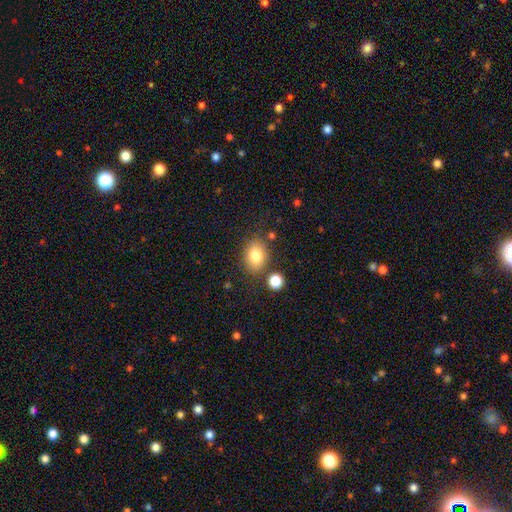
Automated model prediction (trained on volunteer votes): smooth 81%, star or artifact 10%, featured or disk 9%. Down the decision tree: how rounded — in between (58%); merging — none (78%).